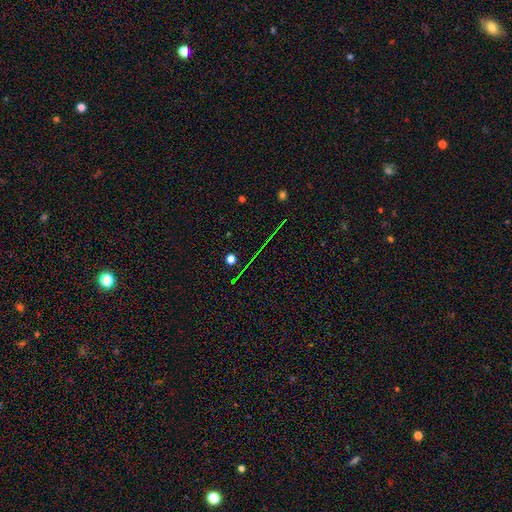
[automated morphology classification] star or artifact 75%, featured or disk 13%, smooth 12%.